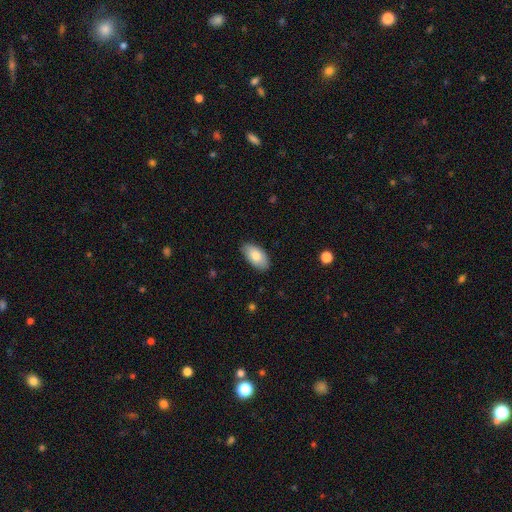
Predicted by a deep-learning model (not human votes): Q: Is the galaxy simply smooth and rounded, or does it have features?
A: smooth — 80%.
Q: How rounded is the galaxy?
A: in between — 94%.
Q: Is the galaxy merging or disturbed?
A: none — 84%.